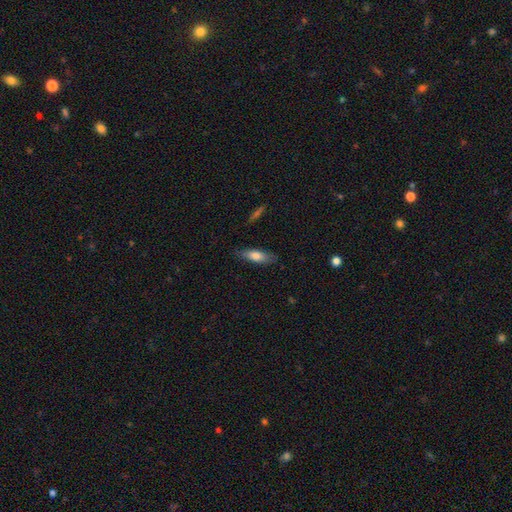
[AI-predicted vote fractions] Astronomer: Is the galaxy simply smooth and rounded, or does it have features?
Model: smooth — 73%.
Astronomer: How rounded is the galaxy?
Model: in between — 54% (runner-up: cigar-shaped, 44%).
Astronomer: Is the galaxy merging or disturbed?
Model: none — 79%.